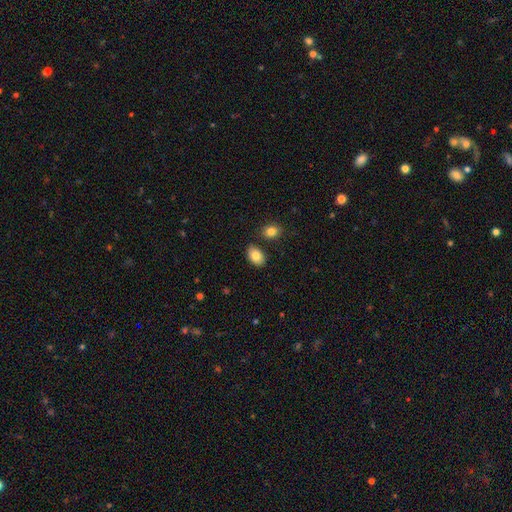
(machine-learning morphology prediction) Smooth or featured: smooth — 84% (featured or disk — 8%)
How rounded: in between — 88% (round — 11%)
Merging: none — 80% (minor disturbance — 11%)